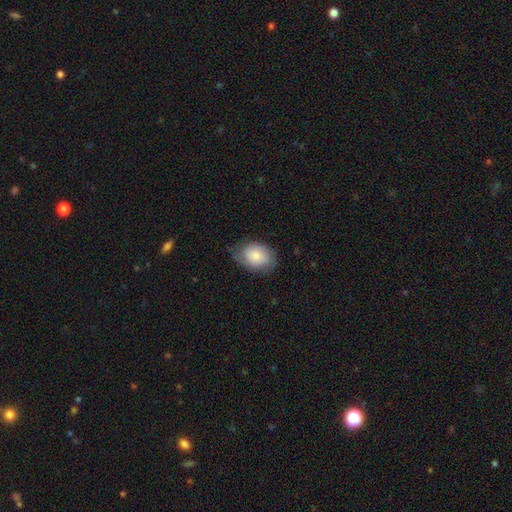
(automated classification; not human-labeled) Q: Smooth or featured?
A: smooth (78%); runner-up: featured or disk (15%)
Q: How rounded?
A: in between (75%); runner-up: round (24%)
Q: Merging?
A: none (68%); runner-up: minor disturbance (25%)